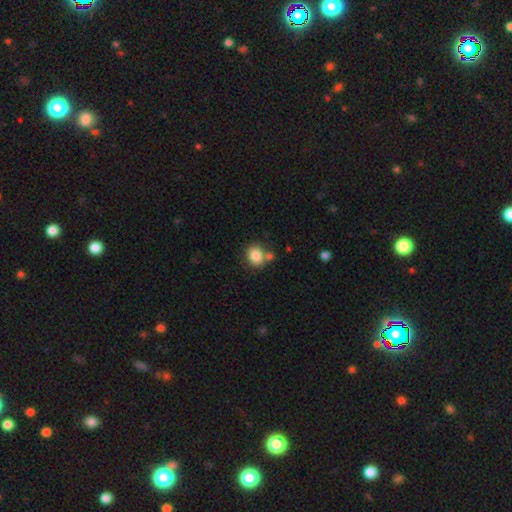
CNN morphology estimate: smooth-or-featured: smooth: 84% | star or artifact: 9% | featured or disk: 6%
  how-rounded: round: 65% | in between: 34% | cigar-shaped: 1%
  merging: none: 70% | merger: 15% | minor disturbance: 12% | major disturbance: 3%